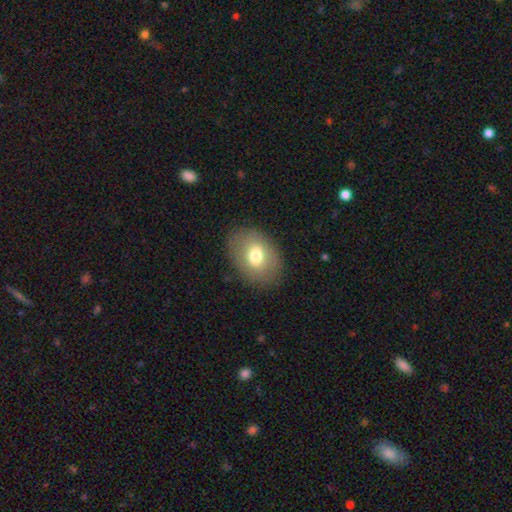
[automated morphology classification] This is likely a smooth galaxy (68%). How rounded: likely in between (76%). Merging: clearly none (83%).